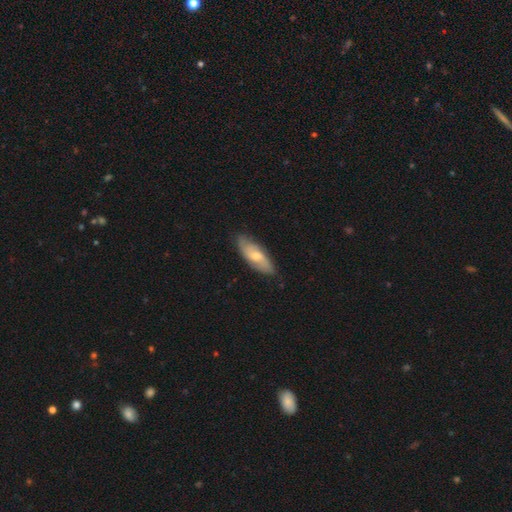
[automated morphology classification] Smooth or featured?
  - smooth: 51% *
  - featured or disk: 44%
  - star or artifact: 6%
How rounded?
  - in between: 69% *
  - cigar-shaped: 29%
  - round: 2%
Merging?
  - none: 79% *
  - minor disturbance: 17%
  - major disturbance: 3%
  - merger: 1%